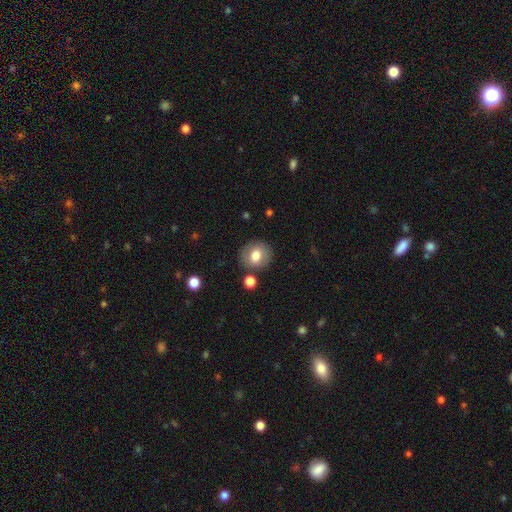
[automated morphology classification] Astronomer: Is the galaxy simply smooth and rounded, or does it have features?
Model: smooth — 74%.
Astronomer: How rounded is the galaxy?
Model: round — 74%.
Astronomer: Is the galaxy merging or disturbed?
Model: none — 82%.